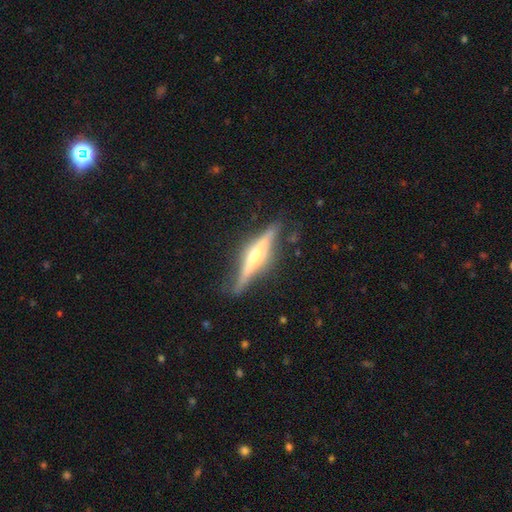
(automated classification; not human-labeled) Smooth or featured?
  - featured or disk: 75% *
  - smooth: 20%
  - star or artifact: 6%
Edge-on disk?
  - yes: 95% *
  - no: 5%
Edge-on bulge?
  - rounded: 78% *
  - boxy: 12%
  - none: 11%
Merging?
  - none: 79% *
  - minor disturbance: 15%
  - major disturbance: 4%
  - merger: 2%